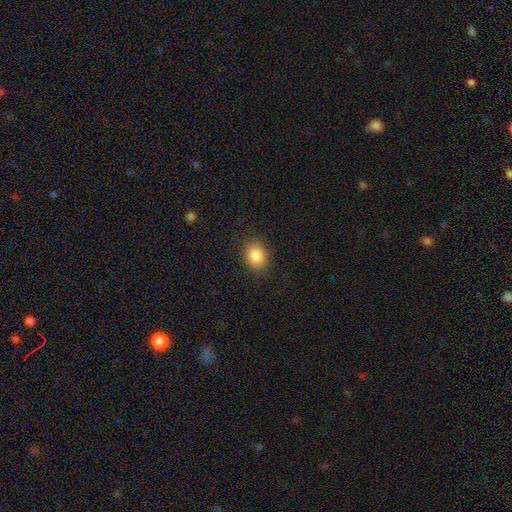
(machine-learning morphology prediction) The model was most divided on "how rounded": in between: 53%, round: 46%, cigar-shaped: 1%. More confident: merging — none (87%); smooth or featured — smooth (85%).